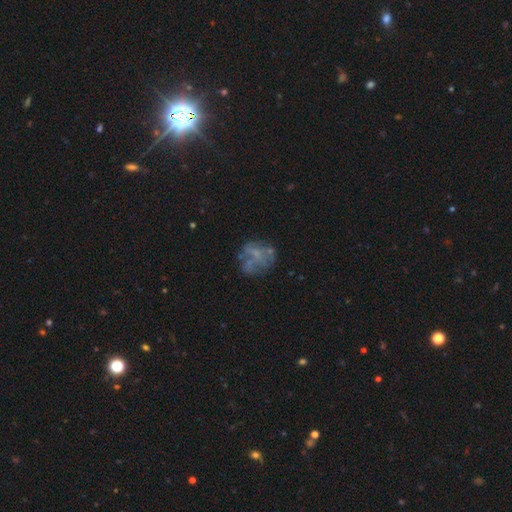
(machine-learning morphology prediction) The model was most divided on "smooth or featured": featured or disk: 55%, smooth: 31%, star or artifact: 14%. More confident: edge-on disk — no (98%); bar — no (85%); spiral arms — no (81%); bulge size — none (66%); merging — none (51%).